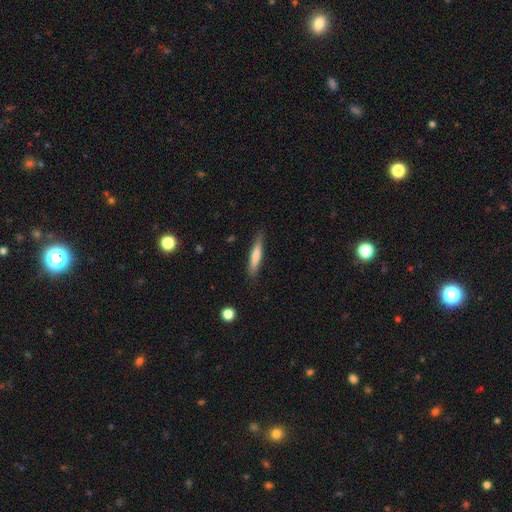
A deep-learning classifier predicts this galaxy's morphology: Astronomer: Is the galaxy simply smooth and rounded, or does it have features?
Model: smooth — 72%.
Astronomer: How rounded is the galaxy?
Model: cigar-shaped — 90%.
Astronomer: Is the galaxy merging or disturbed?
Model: none — 84%.